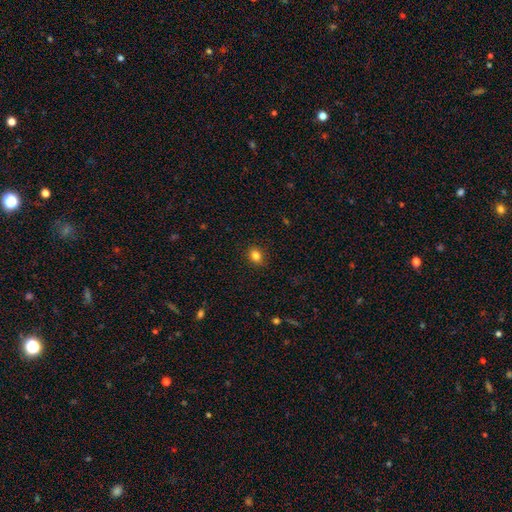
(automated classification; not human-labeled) This appears to be a smooth galaxy with no disk features (83%) that is round (53%). Merging: none (89%).